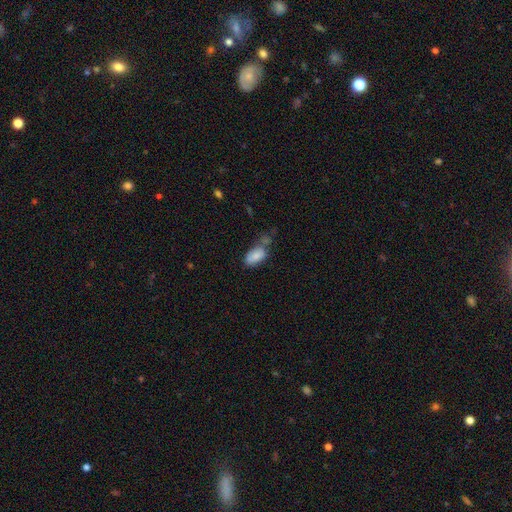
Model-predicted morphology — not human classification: Overall: smooth (84%). How rounded: in between (93%). Merging: none (48%; minor disturbance 24%).